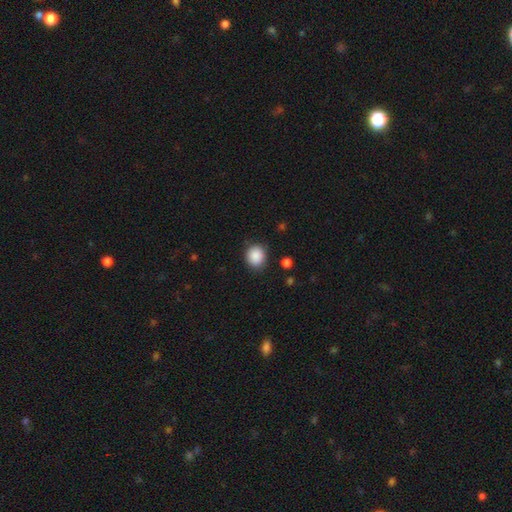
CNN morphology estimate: This is clearly a smooth galaxy (89%). How rounded: likely round (75%). Merging: clearly none (85%).